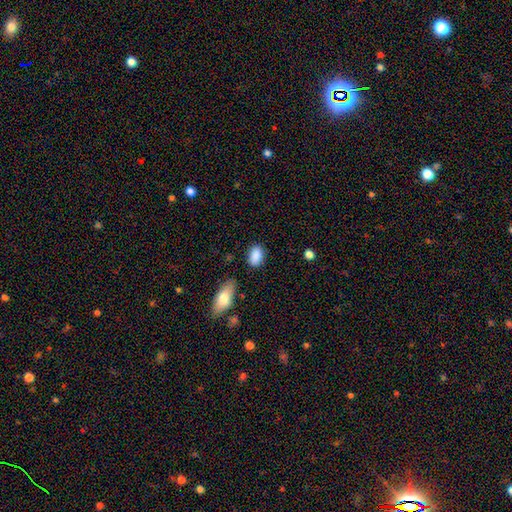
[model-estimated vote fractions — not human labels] Smooth or featured?
  - smooth: 88% *
  - star or artifact: 7%
  - featured or disk: 5%
How rounded?
  - in between: 86% *
  - round: 11%
  - cigar-shaped: 2%
Merging?
  - none: 80% *
  - minor disturbance: 13%
  - major disturbance: 3%
  - merger: 3%